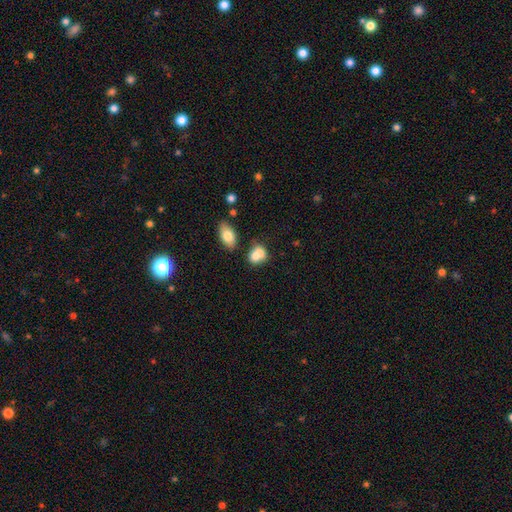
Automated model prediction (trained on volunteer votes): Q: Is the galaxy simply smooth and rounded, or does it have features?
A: smooth — 75%.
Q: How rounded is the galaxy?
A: in between — 55%.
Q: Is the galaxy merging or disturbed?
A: merger — 56%.